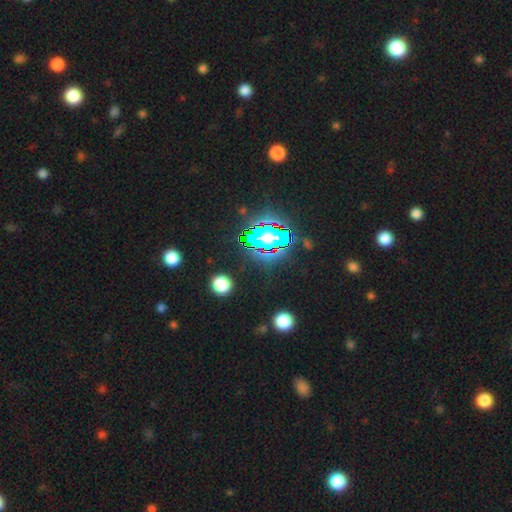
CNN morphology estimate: type=star or artifact (79%).